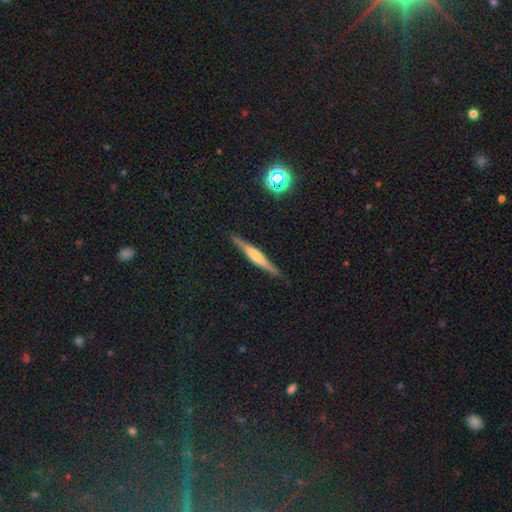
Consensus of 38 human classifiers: This appears to be a featured or disk galaxy (58%) viewed edge-on (100%) with a boxy central bulge (45%). Merging: none (89%).